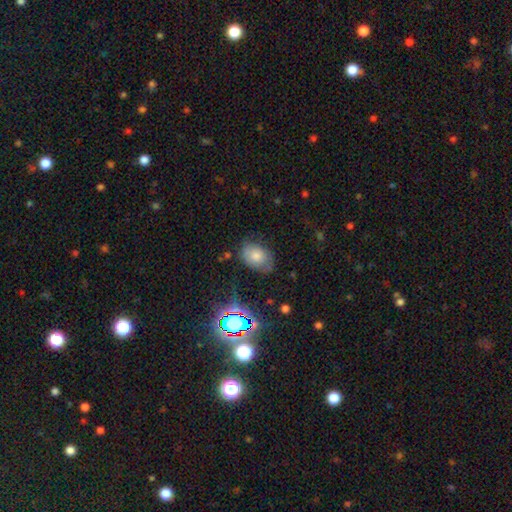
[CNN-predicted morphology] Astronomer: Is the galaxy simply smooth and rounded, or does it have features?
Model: smooth — 71%.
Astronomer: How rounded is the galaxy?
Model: in between — 80%.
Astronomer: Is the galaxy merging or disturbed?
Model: none — 66%.